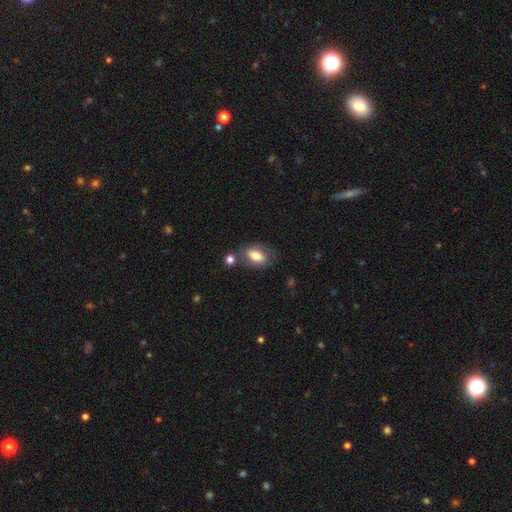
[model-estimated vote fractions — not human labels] This is likely a smooth galaxy (72%). How rounded: clearly in between (88%). Merging: possibly none (60%).